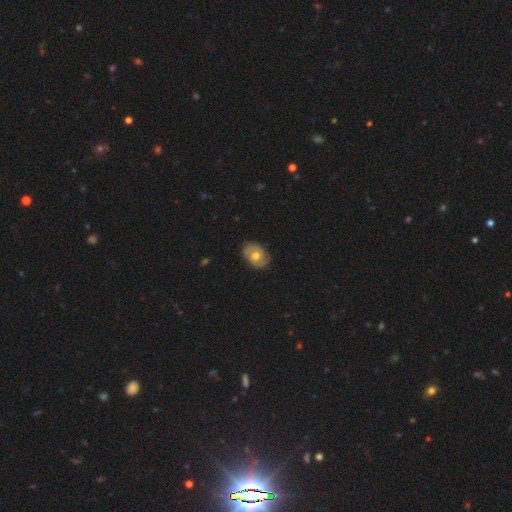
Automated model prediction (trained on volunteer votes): The model was most divided on "smooth or featured": smooth: 51%, featured or disk: 41%, star or artifact: 8%. More confident: merging — none (80%); how rounded — in between (72%).